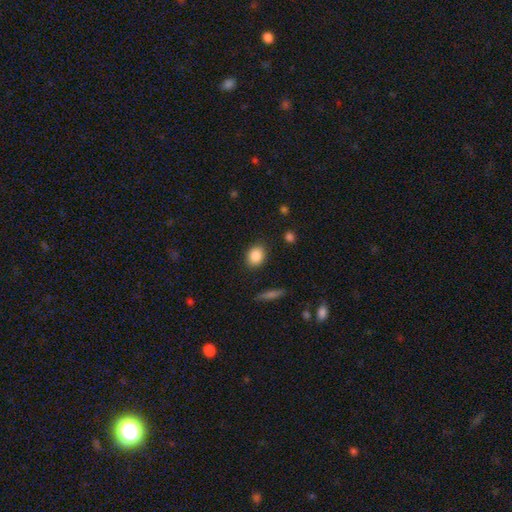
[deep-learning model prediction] A smooth galaxy with no disk features (86%) that is in between round and cigar-shaped (51%).

Vote fractions:
- Smooth or featured? smooth: 86% / star or artifact: 8% / featured or disk: 5%
- How rounded? in between: 51% / round: 47% / cigar-shaped: 2%
- Merging? none: 86% / minor disturbance: 9% / major disturbance: 3% / merger: 2%